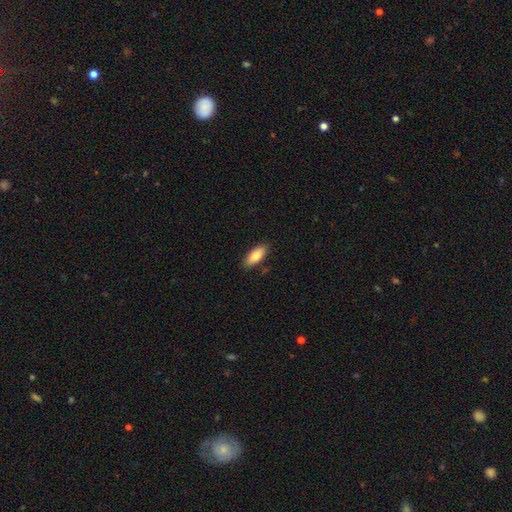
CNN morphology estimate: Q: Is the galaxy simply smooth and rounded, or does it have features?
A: smooth — 80%.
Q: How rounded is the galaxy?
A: in between — 78%.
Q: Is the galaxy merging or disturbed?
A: none — 87%.